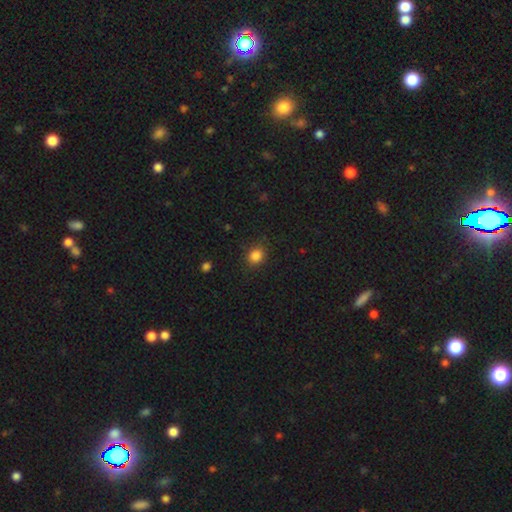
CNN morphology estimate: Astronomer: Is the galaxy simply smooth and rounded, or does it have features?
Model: smooth — 85%.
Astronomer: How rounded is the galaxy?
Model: round — 73%.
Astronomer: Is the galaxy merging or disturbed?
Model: none — 87%.